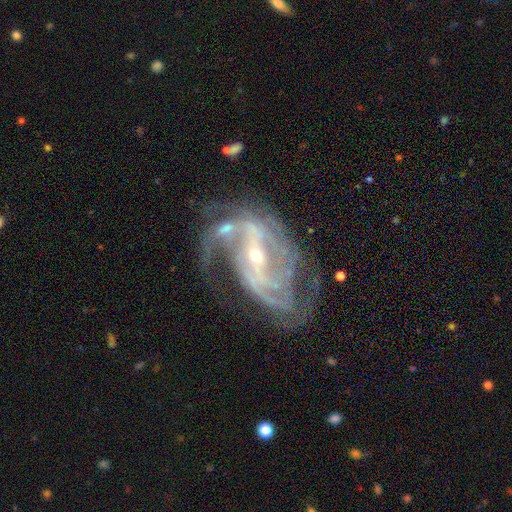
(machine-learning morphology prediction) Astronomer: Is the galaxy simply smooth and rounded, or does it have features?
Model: featured or disk — 90%.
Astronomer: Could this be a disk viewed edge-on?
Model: no — 96%.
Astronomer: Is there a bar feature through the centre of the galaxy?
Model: strong — 54% (runner-up: weak, 32%).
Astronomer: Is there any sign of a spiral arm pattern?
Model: yes — 96%.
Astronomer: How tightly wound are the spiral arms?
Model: medium — 45% (runner-up: tight, 34%).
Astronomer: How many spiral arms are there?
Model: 2 — 36% (runner-up: 3, 22%).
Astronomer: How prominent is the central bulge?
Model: small — 67%.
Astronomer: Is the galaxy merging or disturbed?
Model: none — 49%.